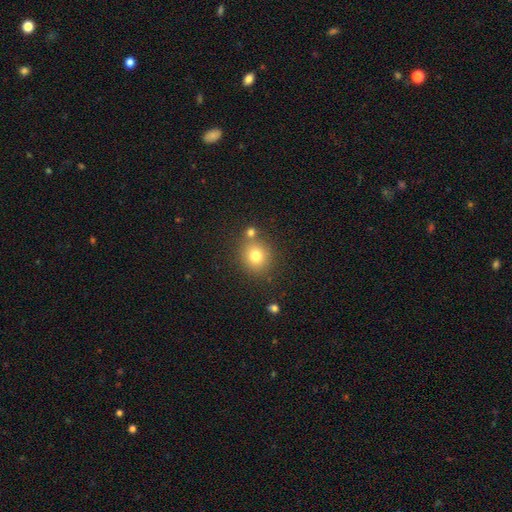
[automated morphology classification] Smooth or featured? smooth (76%)
How rounded? round (87%)
Merging? none (75%)